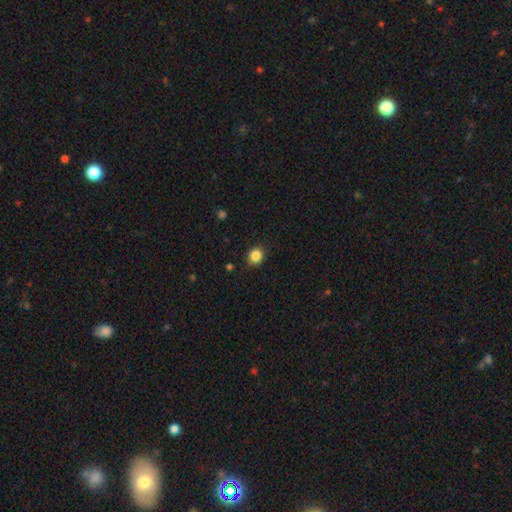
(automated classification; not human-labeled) Smooth or featured?
  - smooth: 85% *
  - star or artifact: 11%
  - featured or disk: 4%
How rounded?
  - round: 74% *
  - in between: 25%
  - cigar-shaped: 1%
Merging?
  - none: 89% *
  - minor disturbance: 8%
  - major disturbance: 2%
  - merger: 1%